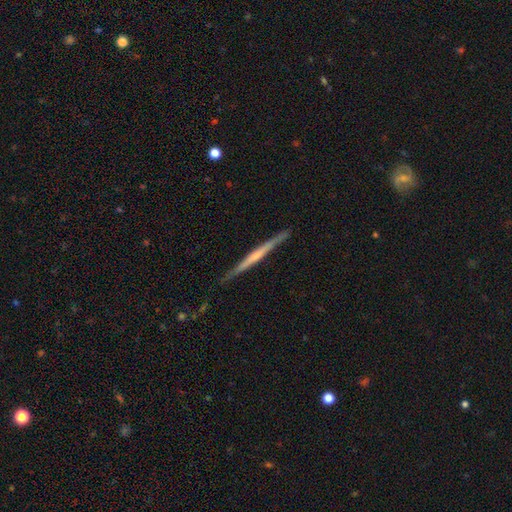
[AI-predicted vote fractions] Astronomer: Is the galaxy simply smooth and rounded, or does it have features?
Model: featured or disk — 67%.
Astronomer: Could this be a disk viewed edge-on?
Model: yes — 98%.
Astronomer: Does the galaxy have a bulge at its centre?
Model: none — 57%.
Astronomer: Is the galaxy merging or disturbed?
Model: none — 89%.